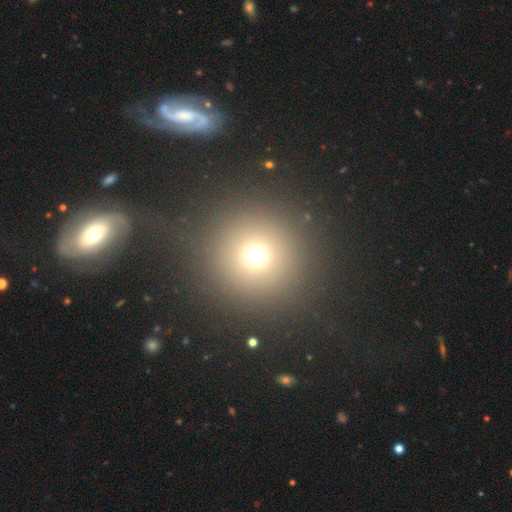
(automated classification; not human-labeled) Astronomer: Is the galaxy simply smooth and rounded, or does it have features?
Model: smooth — 68%.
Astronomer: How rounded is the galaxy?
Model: round — 95%.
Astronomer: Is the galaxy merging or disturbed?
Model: none — 87%.